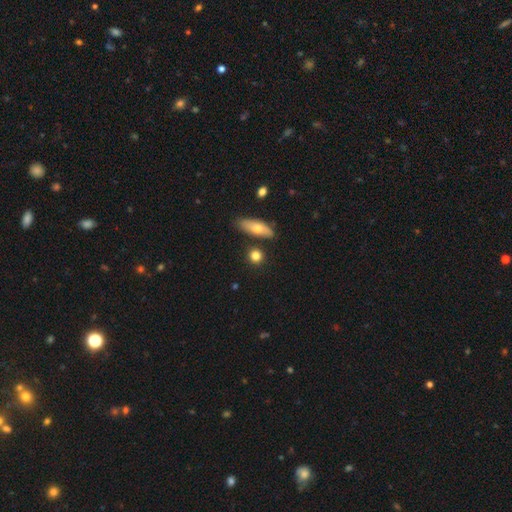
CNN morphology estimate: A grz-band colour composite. It shows a smooth galaxy with no disk features (81%) that is round (75%). Merging: none (80%).